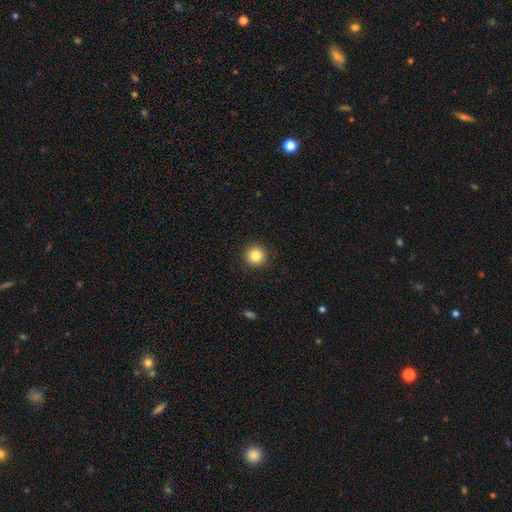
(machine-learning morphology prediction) Smooth or featured? Predicted: smooth (p=0.84). How rounded? Predicted: round (p=0.95). Merging? Predicted: none (p=0.91).